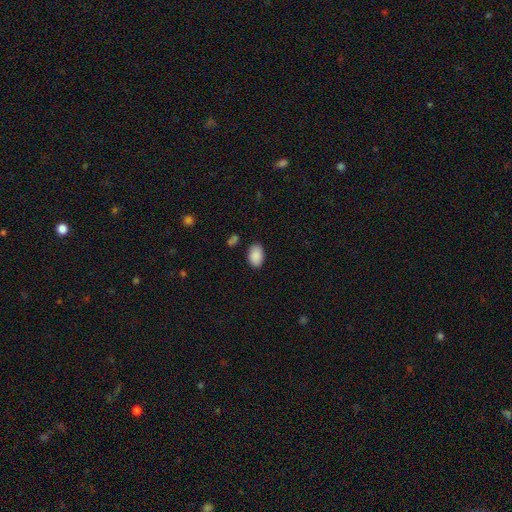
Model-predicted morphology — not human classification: smooth 90%, star or artifact 7%, featured or disk 3%. Down the decision tree: how rounded — in between (91%); merging — none (85%).